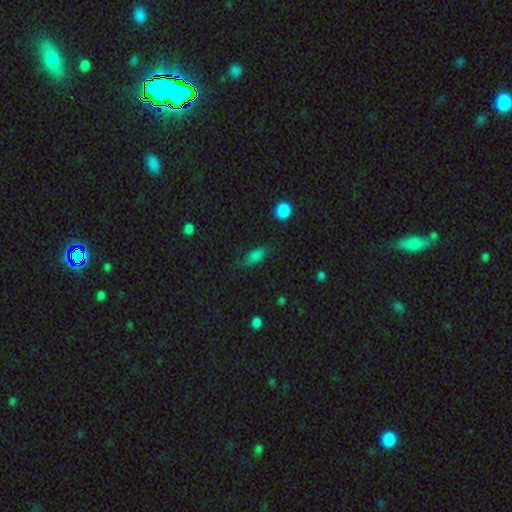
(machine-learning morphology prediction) Overall: smooth (77%). How rounded: in between (76%). Merging: none (73%).